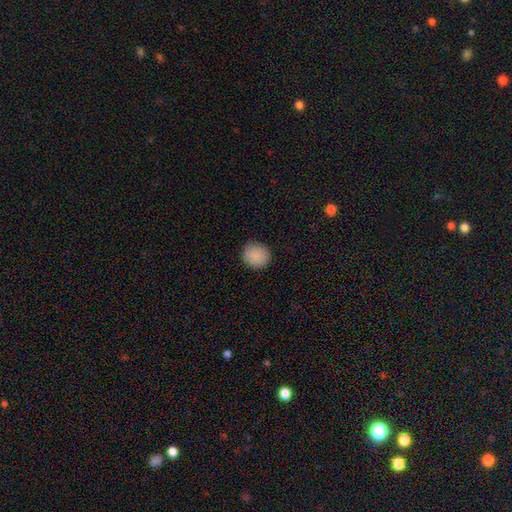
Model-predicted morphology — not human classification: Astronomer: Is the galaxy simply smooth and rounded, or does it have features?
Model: smooth — 89%.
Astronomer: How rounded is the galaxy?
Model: round — 85%.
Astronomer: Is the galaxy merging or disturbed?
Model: none — 89%.